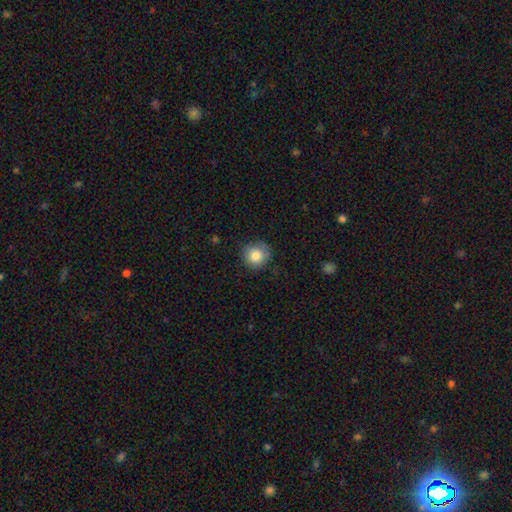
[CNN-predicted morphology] Smooth or featured: smooth — 83% (star or artifact — 10%)
How rounded: round — 90% (in between — 9%)
Merging: none — 80% (minor disturbance — 16%)